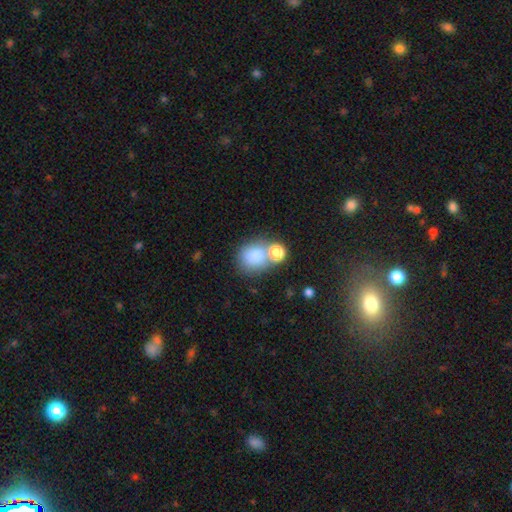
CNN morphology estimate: smooth-or-featured: smooth: 80% | star or artifact: 11% | featured or disk: 9%
  how-rounded: round: 72% | in between: 27% | cigar-shaped: 1%
  merging: none: 48% | merger: 34% | minor disturbance: 12% | major disturbance: 6%